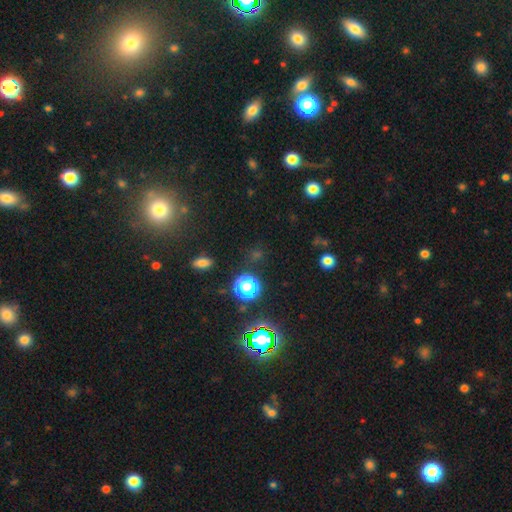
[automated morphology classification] Q: Smooth or featured?
A: star or artifact (56%); runner-up: smooth (36%)